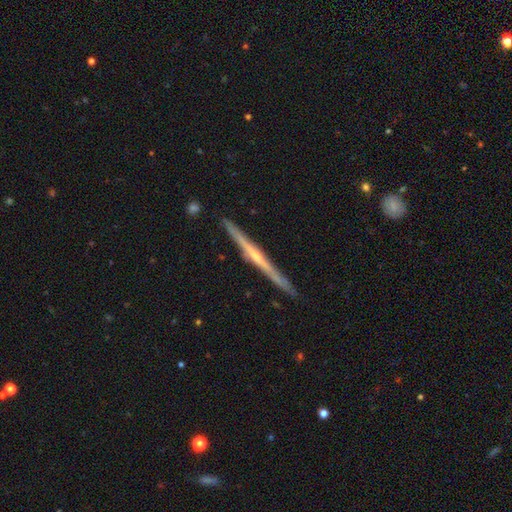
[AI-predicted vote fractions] smooth-or-featured: featured or disk: 79% | smooth: 16% | star or artifact: 5%
  disk-edge-on: yes: 98% | no: 2%
    edge-on-bulge: rounded: 62% | none: 31% | boxy: 7%
  merging: none: 91% | minor disturbance: 7% | merger: 1% | major disturbance: 1%